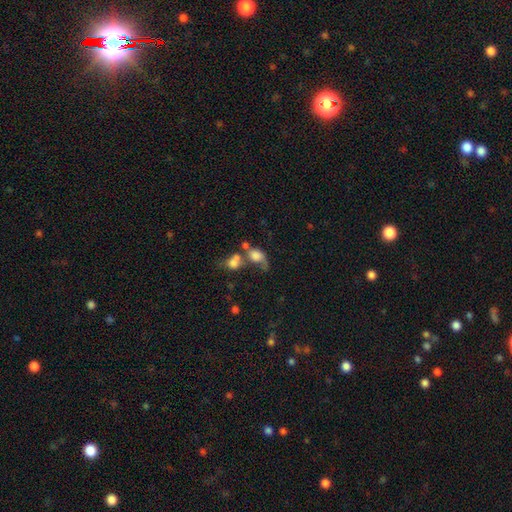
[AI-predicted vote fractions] A smooth galaxy with no disk features (67%) that is in between round and cigar-shaped (62%). Merging: merger (53%).